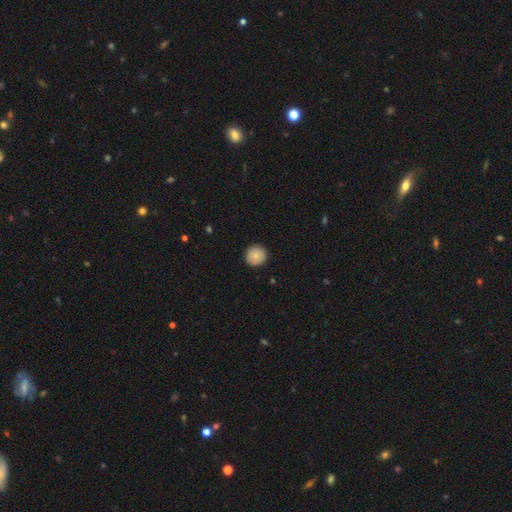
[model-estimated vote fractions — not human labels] smooth_or_featured: smooth (p=0.84) [alt: featured or disk p=0.08]
how_rounded: round (p=0.94) [alt: in between p=0.05]
merging: none (p=0.92) [alt: minor disturbance p=0.06]